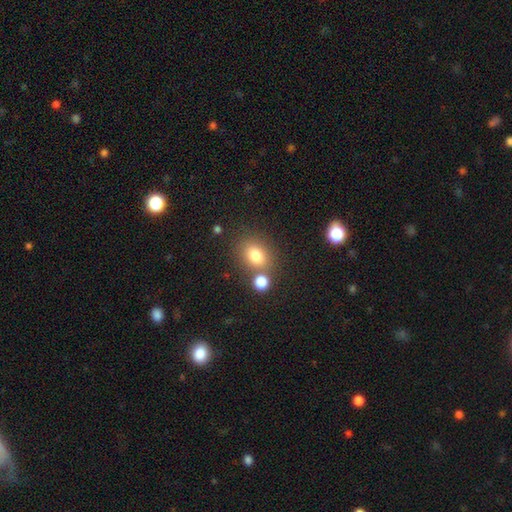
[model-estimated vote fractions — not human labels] Morphology: type=smooth (79%); roundness=in between (55%); merging=none (65%).